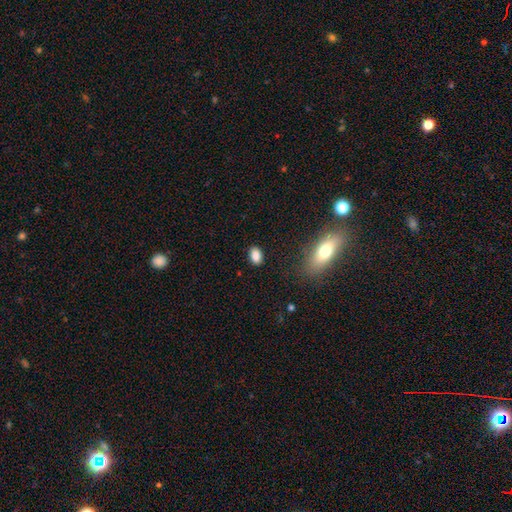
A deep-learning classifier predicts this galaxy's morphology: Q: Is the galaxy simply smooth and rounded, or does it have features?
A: smooth — 85%.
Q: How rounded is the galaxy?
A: in between — 86%.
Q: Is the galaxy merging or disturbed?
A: none — 86%.